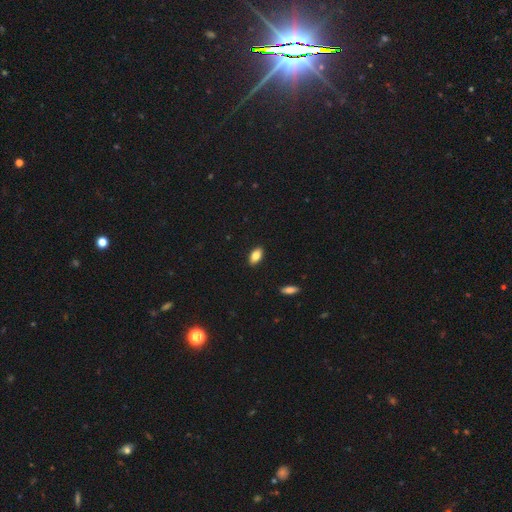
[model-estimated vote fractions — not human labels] A smooth galaxy with no disk features (82%) that is in between round and cigar-shaped (91%). Merging: none (89%).